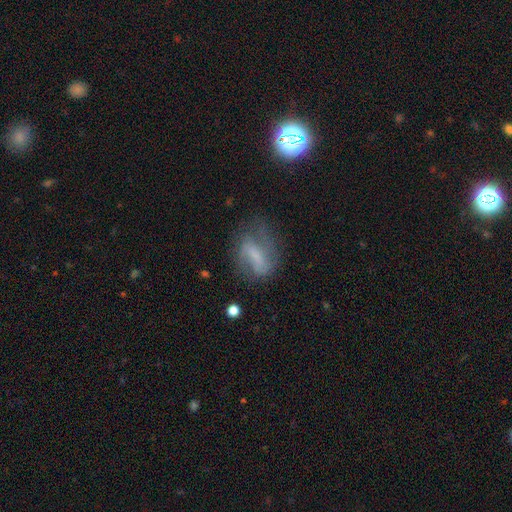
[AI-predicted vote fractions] featured or disk 44% (tied), smooth 44% (tied), star or artifact 12%. Down the decision tree: merging — none (47%).